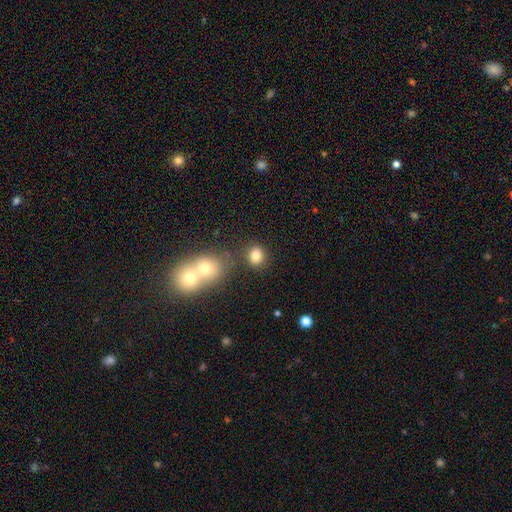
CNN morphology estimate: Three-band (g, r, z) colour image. It shows a smooth galaxy with no disk features (80%) that is round (70%). Merging: none (72%).